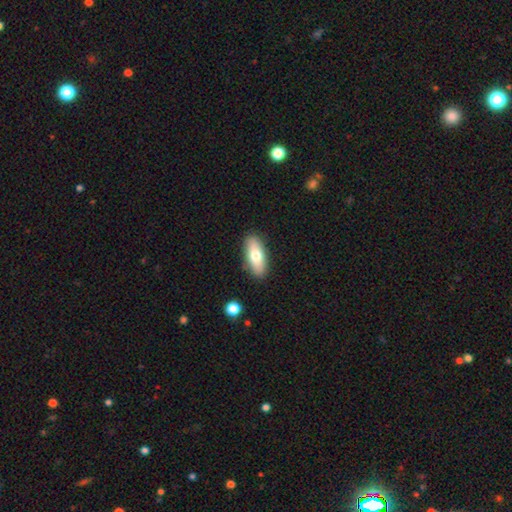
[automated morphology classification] This is likely a smooth galaxy (71%). How rounded: likely in between (75%). Merging: clearly none (88%).